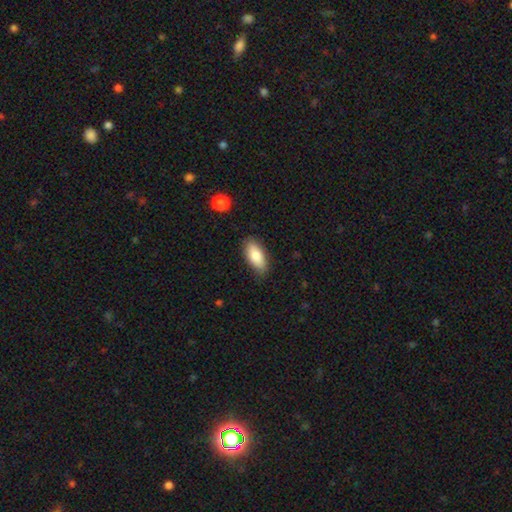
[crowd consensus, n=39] Smooth or featured? smooth (87%)
How rounded? in between (79%)
Merging? none (83%)